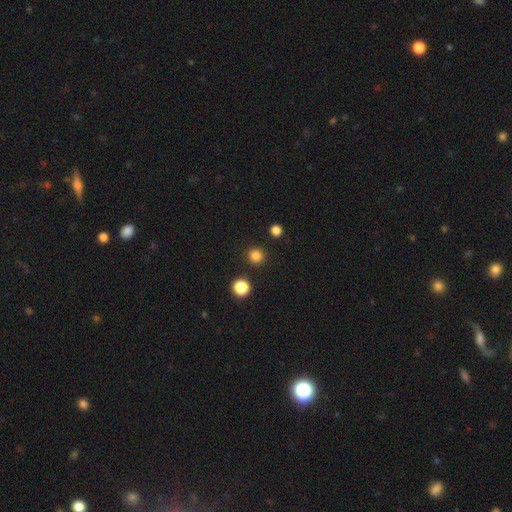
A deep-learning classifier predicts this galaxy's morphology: The model was most divided on "smooth or featured": smooth: 82%, star or artifact: 14%, featured or disk: 3%. More confident: how rounded — round (94%); merging — none (90%).